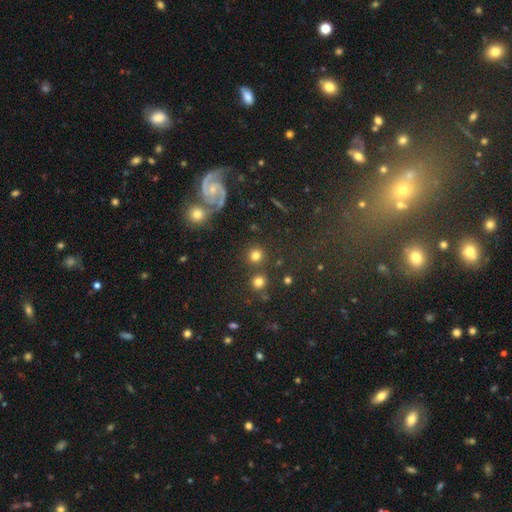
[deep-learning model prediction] smooth 79%, star or artifact 14%, featured or disk 7%. Down the decision tree: how rounded — round (91%); merging — none (83%).